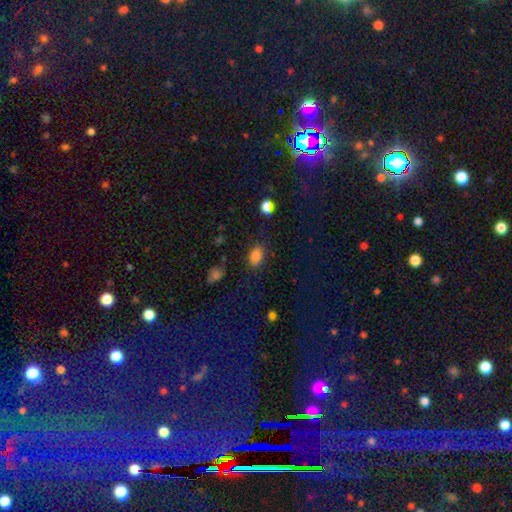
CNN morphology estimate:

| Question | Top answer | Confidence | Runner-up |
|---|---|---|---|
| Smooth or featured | smooth | 83% | star or artifact (13%) |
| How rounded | in between | 84% | round (15%) |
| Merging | none | 80% | minor disturbance (14%) |